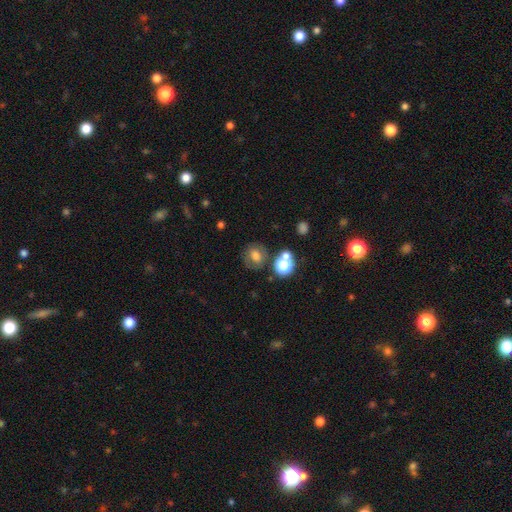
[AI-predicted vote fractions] A smooth galaxy with no disk features (62%) that is round (71%).

Vote fractions:
- Smooth or featured? smooth: 62% / featured or disk: 22% / star or artifact: 16%
- How rounded? round: 71% / in between: 28% / cigar-shaped: 1%
- Merging? none: 68% / minor disturbance: 15% / merger: 11% / major disturbance: 7%